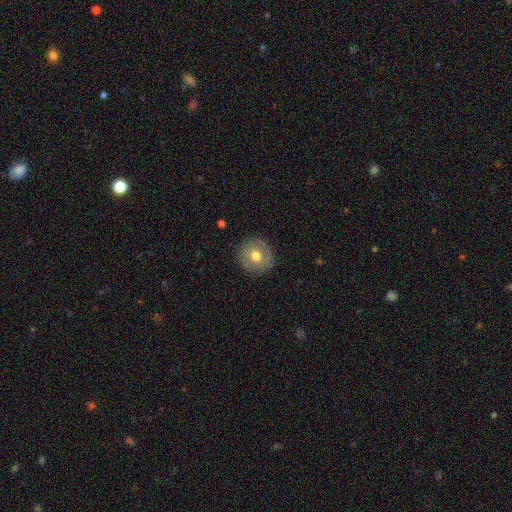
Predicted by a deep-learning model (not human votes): Smooth or featured? smooth (60%)
How rounded? round (88%)
Merging? none (84%)